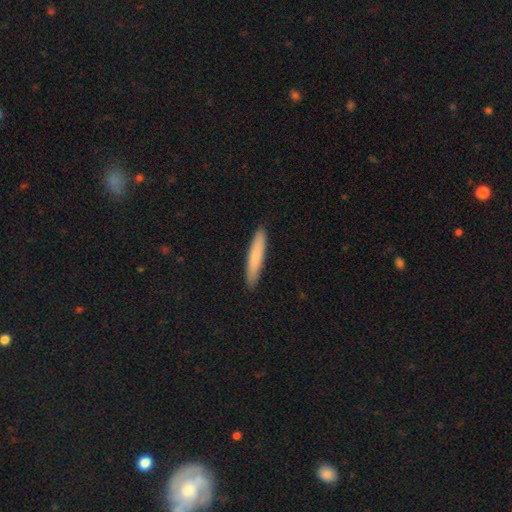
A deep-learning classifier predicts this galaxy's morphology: Smooth or featured?
  - smooth: 81% *
  - featured or disk: 14%
  - star or artifact: 5%
How rounded?
  - cigar-shaped: 91% *
  - in between: 8%
  - round: 1%
Merging?
  - none: 90% *
  - minor disturbance: 7%
  - major disturbance: 1%
  - merger: 1%